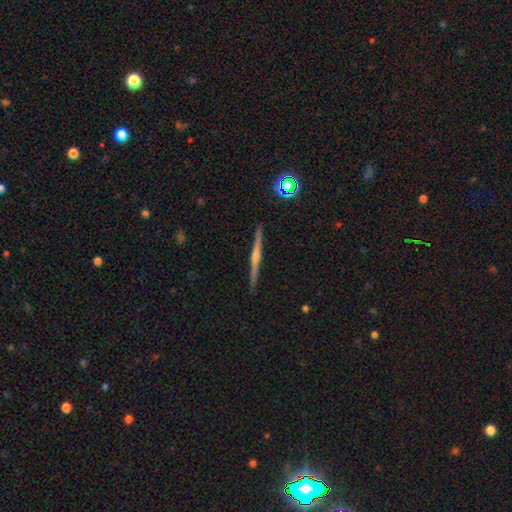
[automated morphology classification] smooth_or_featured: featured or disk (p=0.72) [alt: smooth p=0.20]
disk_edge_on: yes (p=0.98) [alt: no p=0.02]
edge_on_bulge: rounded (p=0.69) [alt: none p=0.22]
merging: none (p=0.92) [alt: minor disturbance p=0.05]